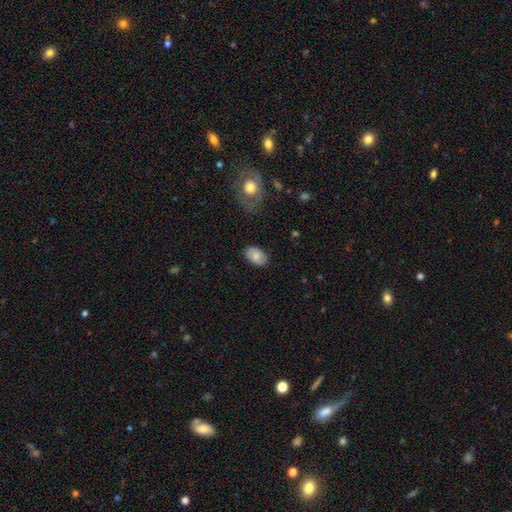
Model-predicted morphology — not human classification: A smooth galaxy with no disk features (75%) that is in between round and cigar-shaped (88%).

Vote fractions:
- Smooth or featured? smooth: 75% / featured or disk: 18% / star or artifact: 7%
- How rounded? in between: 88% / round: 11% / cigar-shaped: 1%
- Merging? none: 82% / minor disturbance: 13% / major disturbance: 3% / merger: 1%